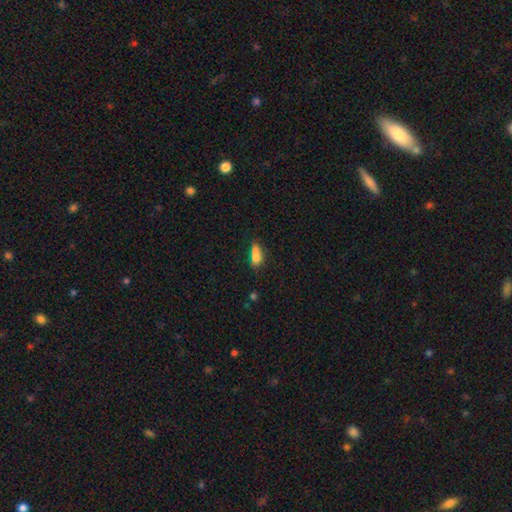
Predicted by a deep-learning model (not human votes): A smooth galaxy with no disk features (72%) that is in between round and cigar-shaped (74%). Merging: merger (39%).